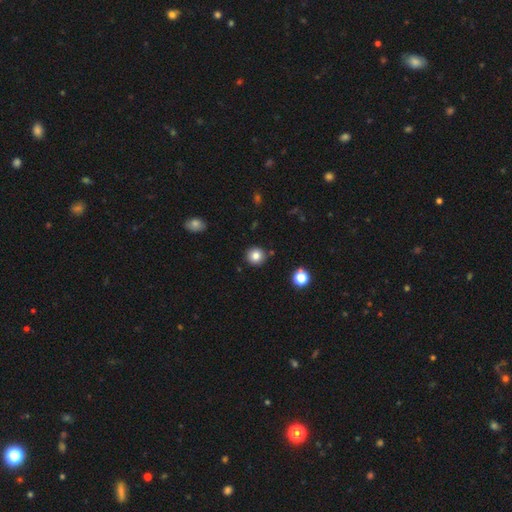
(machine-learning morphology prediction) The model was most divided on "smooth or featured": smooth: 83%, star or artifact: 11%, featured or disk: 6%. More confident: how rounded — round (93%); merging — none (89%).